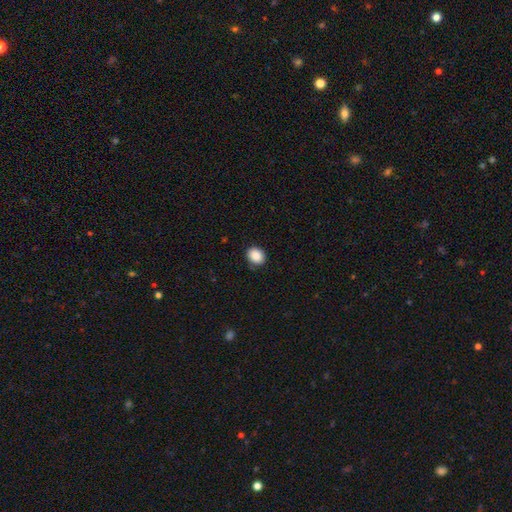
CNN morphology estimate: Smooth or featured? Predicted: smooth (p=0.89). How rounded? Predicted: round (p=0.55). Merging? Predicted: none (p=0.84).